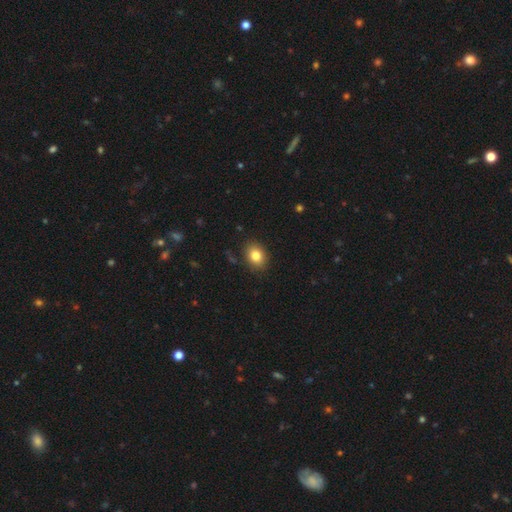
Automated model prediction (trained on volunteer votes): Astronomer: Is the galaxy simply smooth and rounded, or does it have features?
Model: smooth — 82%.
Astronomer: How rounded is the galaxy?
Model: in between — 64%.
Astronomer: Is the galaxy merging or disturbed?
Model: none — 87%.